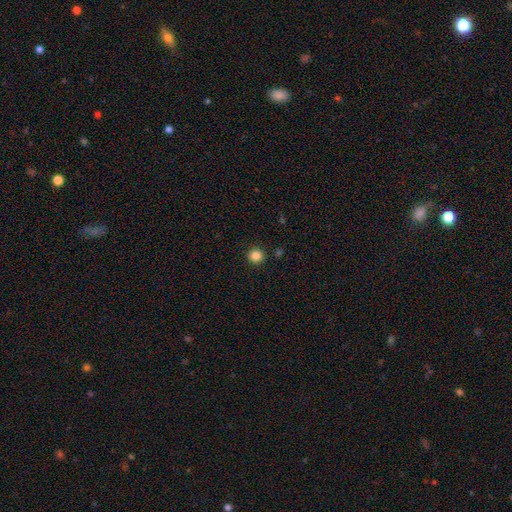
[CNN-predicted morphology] This appears to be a smooth galaxy with no disk features (85%) that is round (94%). Merging: none (91%).